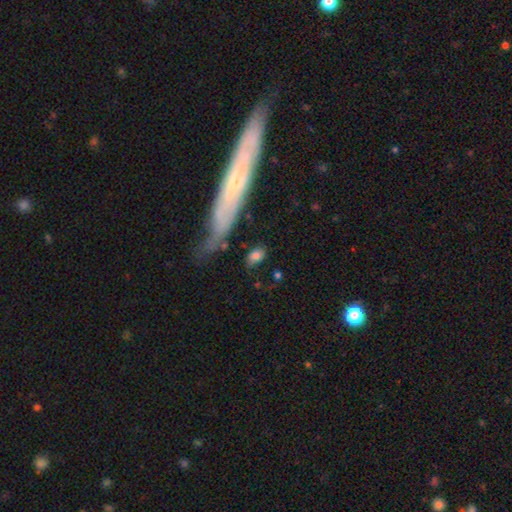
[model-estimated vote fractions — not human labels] Smooth or featured? Predicted: smooth (p=0.77). How rounded? Predicted: in between (p=0.85). Merging? Predicted: none (p=0.67).